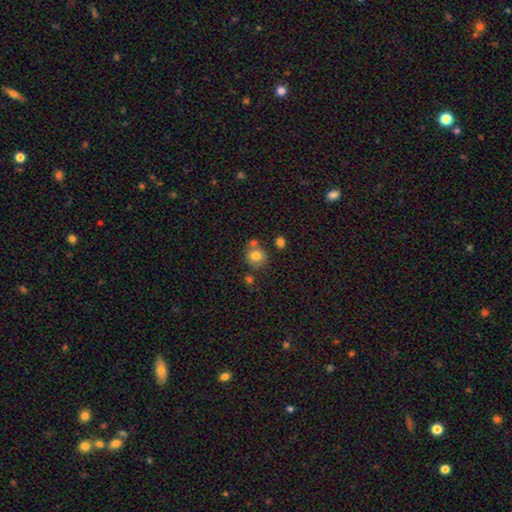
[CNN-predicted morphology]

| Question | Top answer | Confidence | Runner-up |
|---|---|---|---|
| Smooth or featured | smooth | 79% | star or artifact (11%) |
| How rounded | round | 84% | in between (15%) |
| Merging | none | 66% | merger (18%) |